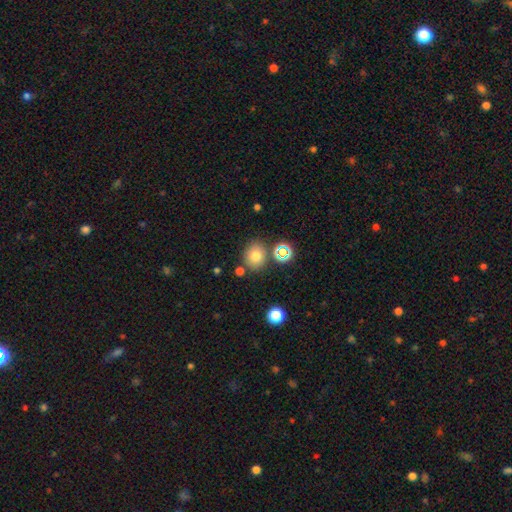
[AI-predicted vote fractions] Morphology: type=smooth (73%); roundness=round (66%); merging=none (76%).